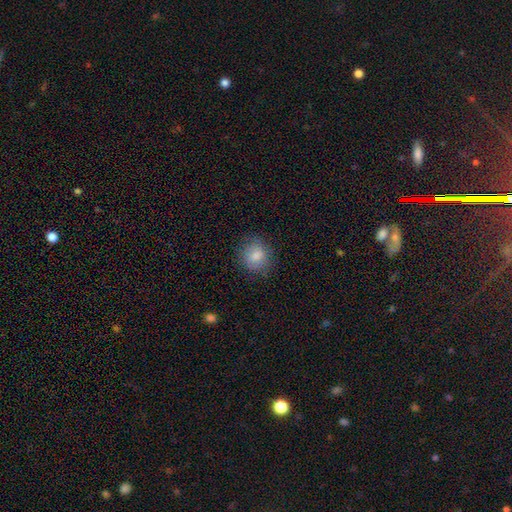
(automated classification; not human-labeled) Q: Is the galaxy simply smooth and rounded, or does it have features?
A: smooth — 83%.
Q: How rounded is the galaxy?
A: round — 79%.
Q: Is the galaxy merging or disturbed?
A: none — 81%.